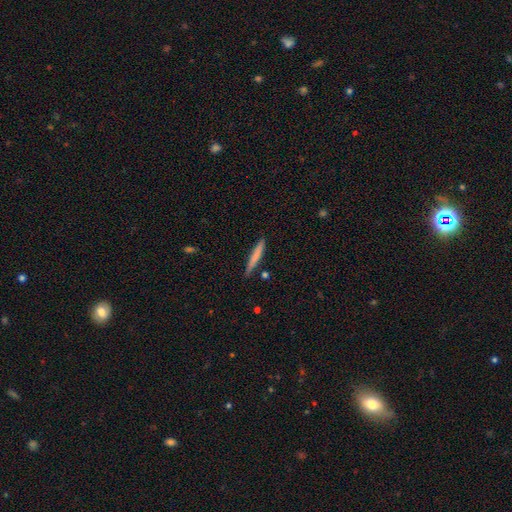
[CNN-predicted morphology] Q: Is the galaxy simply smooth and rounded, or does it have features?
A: smooth — 72%.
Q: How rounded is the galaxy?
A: cigar-shaped — 95%.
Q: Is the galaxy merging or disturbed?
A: none — 84%.